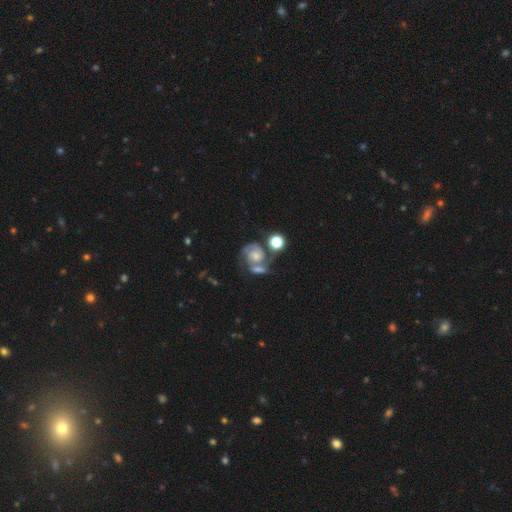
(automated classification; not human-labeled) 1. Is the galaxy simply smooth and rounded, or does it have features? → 75% featured or disk, 17% smooth, 8% star or artifact.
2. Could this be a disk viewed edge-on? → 97% no, 3% yes.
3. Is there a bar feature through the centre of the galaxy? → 72% no, 23% weak, 5% strong.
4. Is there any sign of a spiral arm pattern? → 94% yes, 6% no.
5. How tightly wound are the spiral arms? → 45% tight, 42% medium, 12% loose.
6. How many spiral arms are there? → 75% 2, 9% can't tell, 6% 1, 6% 3, 2% 4, 2% more than 4.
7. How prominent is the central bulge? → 41% small, 40% moderate, 8% none, 8% large, 2% dominant.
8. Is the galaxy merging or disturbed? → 37% none (tied), 37% merger (tied), 14% minor disturbance, 12% major disturbance.